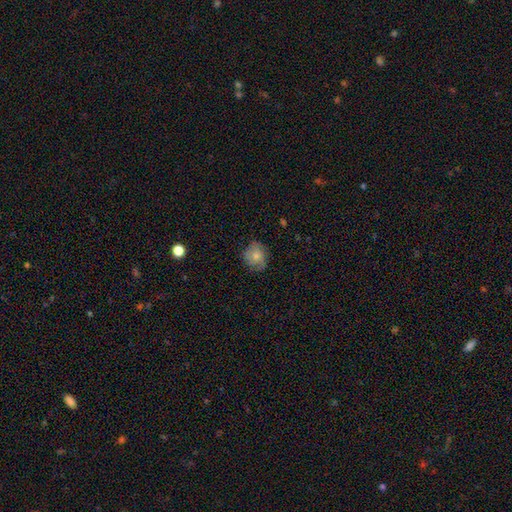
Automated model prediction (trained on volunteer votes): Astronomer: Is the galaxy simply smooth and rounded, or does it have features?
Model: smooth — 66%.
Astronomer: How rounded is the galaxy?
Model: round — 69%.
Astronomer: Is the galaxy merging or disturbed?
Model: none — 71%.